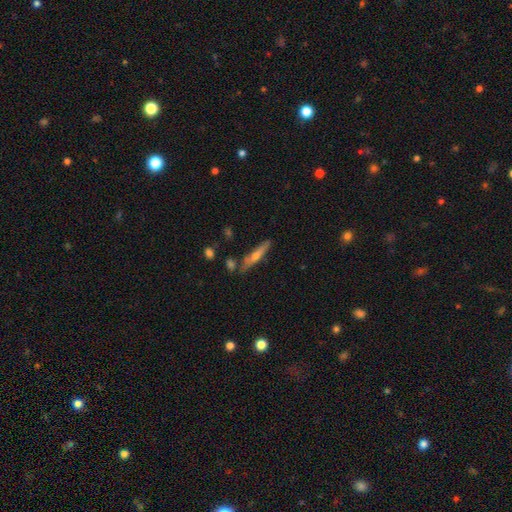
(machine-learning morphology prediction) Overall: featured or disk (55%; smooth 38%). Edge-on disk: yes (92%). Edge-on bulge: rounded (78%). Merging: none (77%).